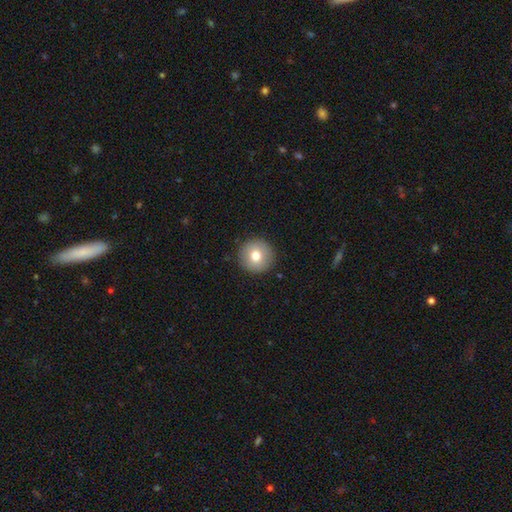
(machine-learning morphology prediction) Smooth or featured?
  - smooth: 76% *
  - featured or disk: 15%
  - star or artifact: 9%
How rounded?
  - round: 96% *
  - in between: 3%
  - cigar-shaped: 1%
Merging?
  - none: 91% *
  - minor disturbance: 6%
  - major disturbance: 2%
  - merger: 1%